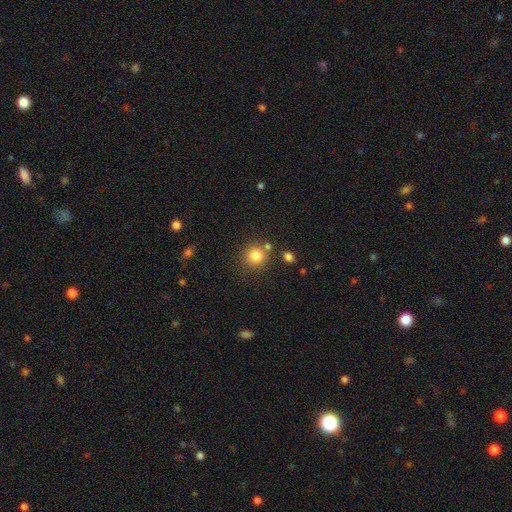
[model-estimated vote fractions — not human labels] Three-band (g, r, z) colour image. It shows a smooth galaxy with no disk features (82%) that is round (91%). Merging: none (75%).